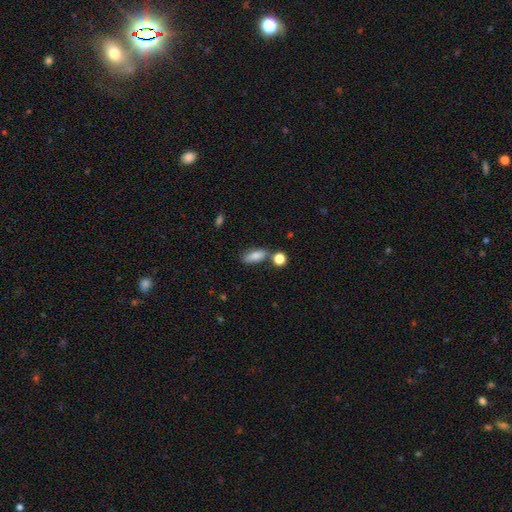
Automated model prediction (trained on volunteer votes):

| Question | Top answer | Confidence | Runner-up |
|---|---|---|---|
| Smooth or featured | smooth | 80% | featured or disk (12%) |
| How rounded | in between | 74% | cigar-shaped (21%) |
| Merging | none | 66% | minor disturbance (15%) |